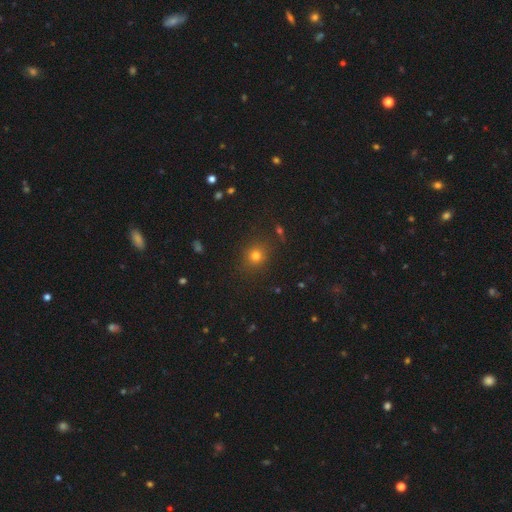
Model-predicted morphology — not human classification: Smooth or featured? smooth (74%)
How rounded? round (84%)
Merging? none (86%)